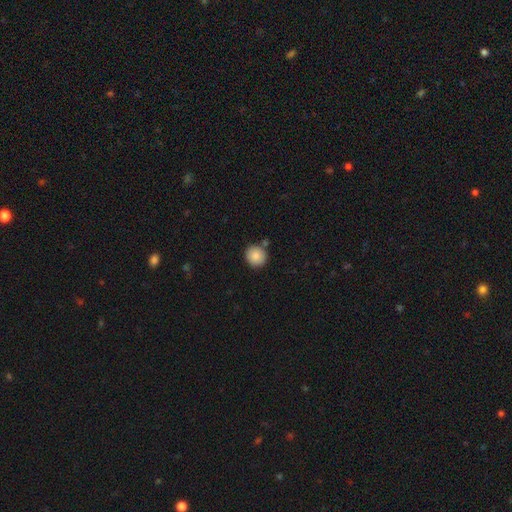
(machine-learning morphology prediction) A smooth galaxy with no disk features (87%) that is round (91%).

Vote fractions:
- Smooth or featured? smooth: 87% / star or artifact: 8% / featured or disk: 5%
- How rounded? round: 91% / in between: 8% / cigar-shaped: 1%
- Merging? none: 80% / minor disturbance: 10% / merger: 8% / major disturbance: 2%